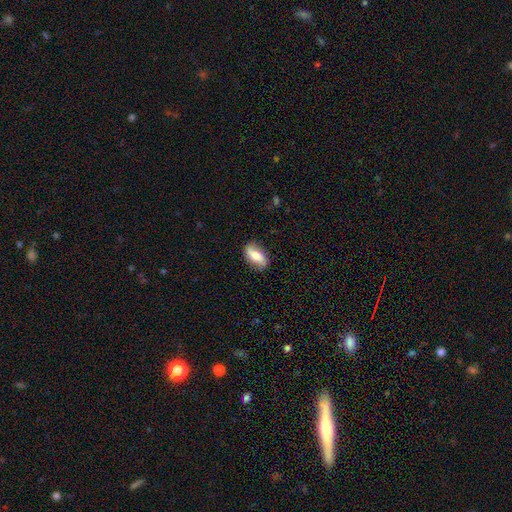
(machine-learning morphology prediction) Overall: smooth (49%; featured or disk 43%). Merging: none (78%).